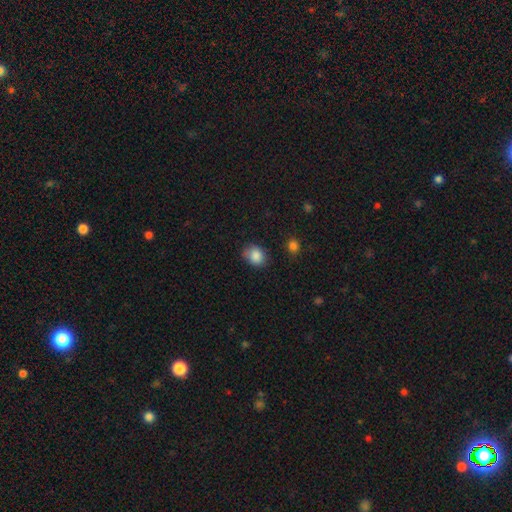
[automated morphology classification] A smooth galaxy with no disk features (86%) that is in between round and cigar-shaped (51%).

Vote fractions:
- Smooth or featured? smooth: 86% / star or artifact: 9% / featured or disk: 5%
- How rounded? in between: 51% / round: 48% / cigar-shaped: 1%
- Merging? none: 69% / minor disturbance: 24% / major disturbance: 5% / merger: 3%